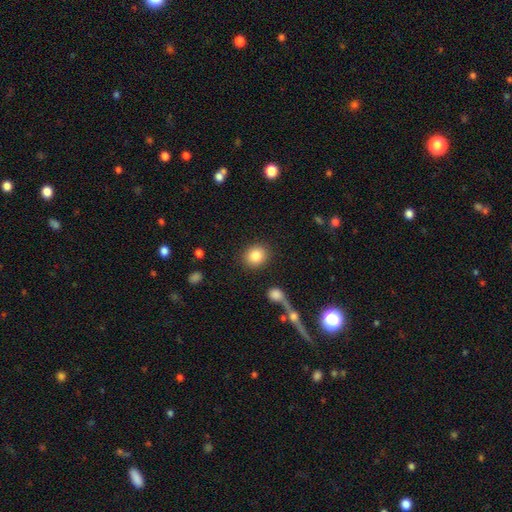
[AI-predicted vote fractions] smooth_or_featured: smooth (p=0.85) [alt: star or artifact p=0.08]
how_rounded: round (p=0.74) [alt: in between p=0.25]
merging: none (p=0.86) [alt: minor disturbance p=0.07]